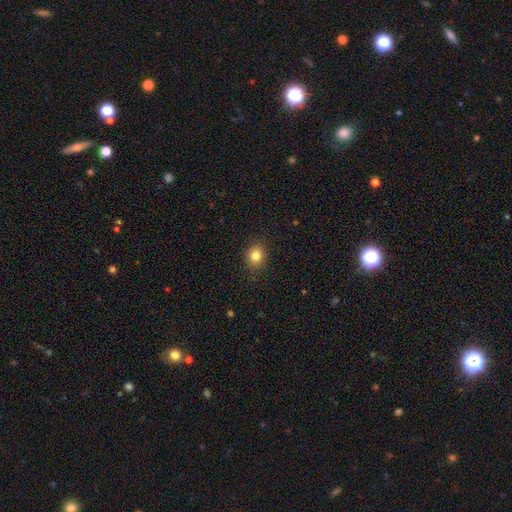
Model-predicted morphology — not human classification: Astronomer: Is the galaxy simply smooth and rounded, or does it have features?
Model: smooth — 83%.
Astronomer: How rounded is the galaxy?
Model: round — 67%.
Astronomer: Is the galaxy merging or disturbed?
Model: none — 89%.